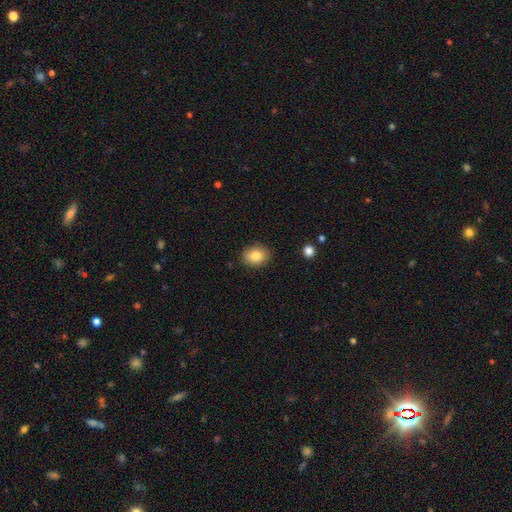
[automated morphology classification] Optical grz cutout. It shows a smooth galaxy with no disk features (84%) that is in between round and cigar-shaped (50%). Merging: none (88%).